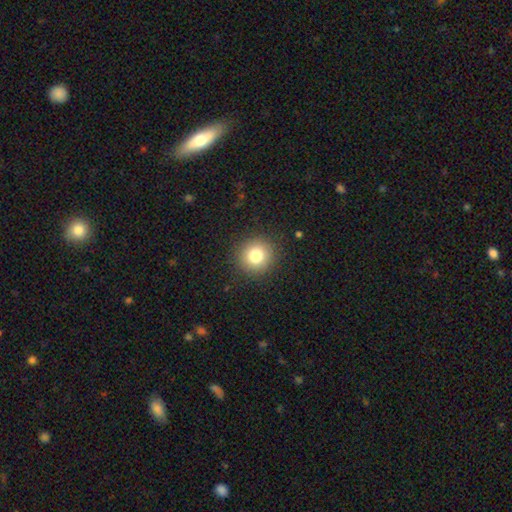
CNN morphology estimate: This is clearly a smooth galaxy (80%). How rounded: clearly round (93%). Merging: clearly none (90%).